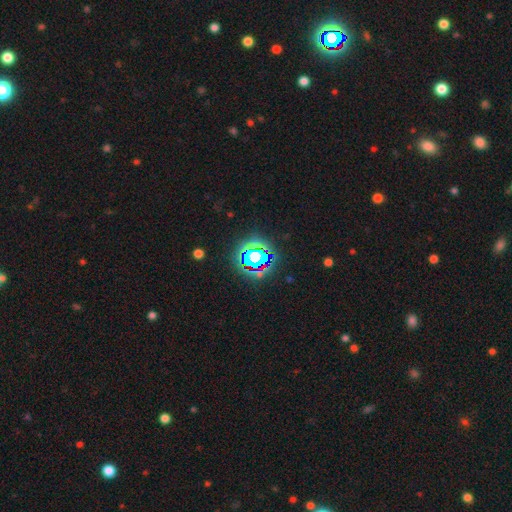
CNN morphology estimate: Q: Smooth or featured?
A: star or artifact (67%); runner-up: smooth (22%)